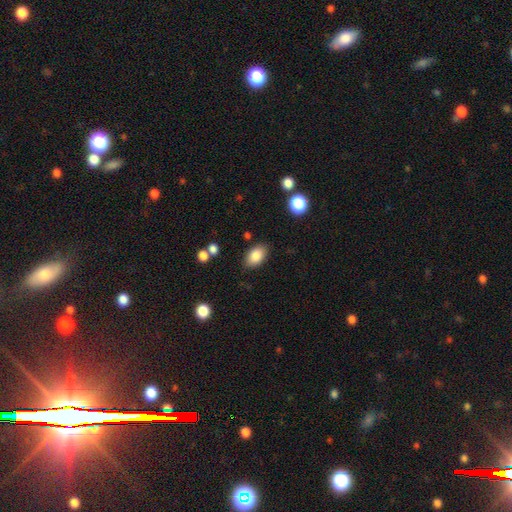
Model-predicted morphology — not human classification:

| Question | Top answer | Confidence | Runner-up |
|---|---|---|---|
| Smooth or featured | smooth | 85% | star or artifact (8%) |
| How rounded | in between | 90% | round (9%) |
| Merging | none | 83% | minor disturbance (11%) |